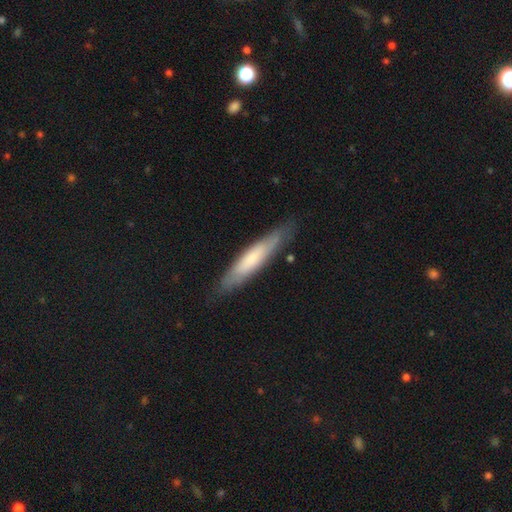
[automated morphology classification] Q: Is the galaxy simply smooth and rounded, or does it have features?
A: smooth — 53%.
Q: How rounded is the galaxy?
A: cigar-shaped — 88%.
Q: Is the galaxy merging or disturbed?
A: none — 83%.